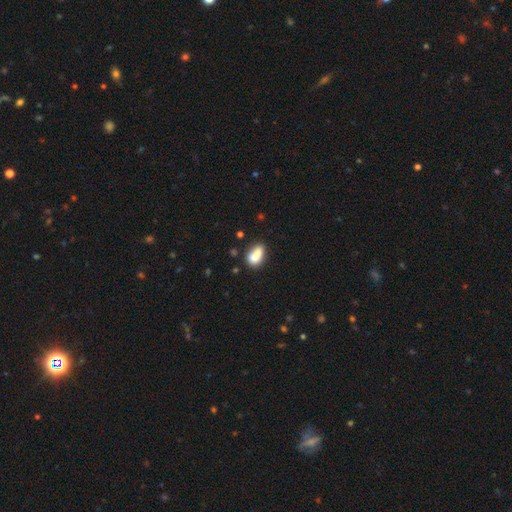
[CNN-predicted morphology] A smooth galaxy with no disk features (80%) that is in between round and cigar-shaped (84%).

Vote fractions:
- Smooth or featured? smooth: 80% / featured or disk: 11% / star or artifact: 9%
- How rounded? in between: 84% / round: 10% / cigar-shaped: 6%
- Merging? none: 48% / minor disturbance: 22% / merger: 22% / major disturbance: 8%